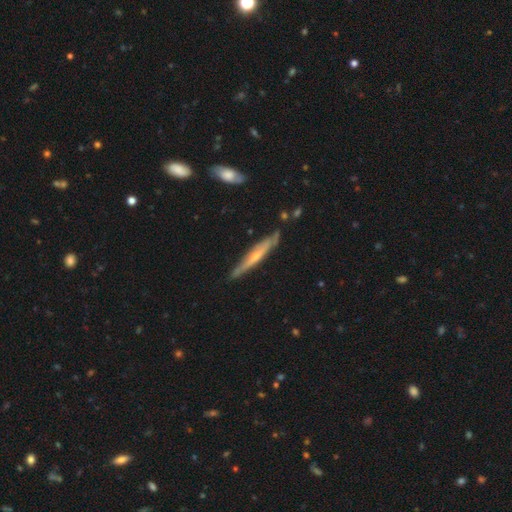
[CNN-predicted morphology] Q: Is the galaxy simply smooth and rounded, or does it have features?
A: featured or disk — 64%.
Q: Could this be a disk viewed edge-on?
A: yes — 90%.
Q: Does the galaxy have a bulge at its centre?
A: rounded — 60%.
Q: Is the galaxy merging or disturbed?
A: none — 80%.